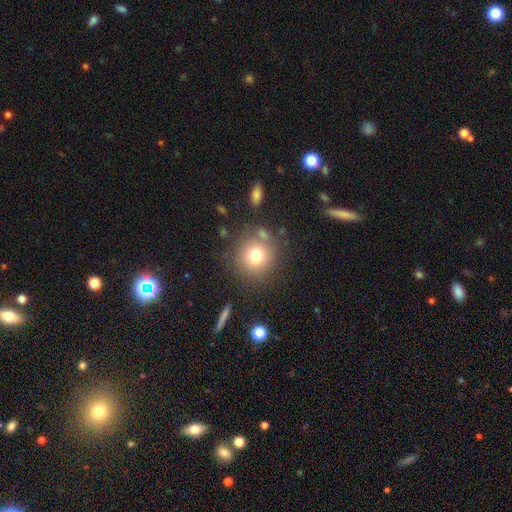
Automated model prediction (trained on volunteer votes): The model was most divided on "smooth or featured": smooth: 76%, star or artifact: 12%, featured or disk: 12%. More confident: how rounded — round (90%); merging — none (76%).